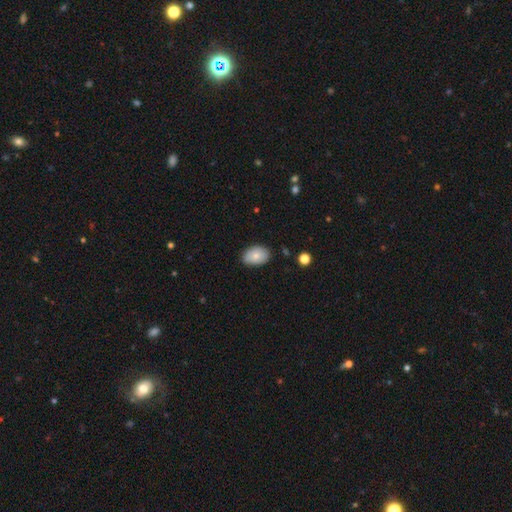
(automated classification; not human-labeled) smooth 78%, featured or disk 15%, star or artifact 8%. Down the decision tree: how rounded — in between (84%); merging — none (81%).